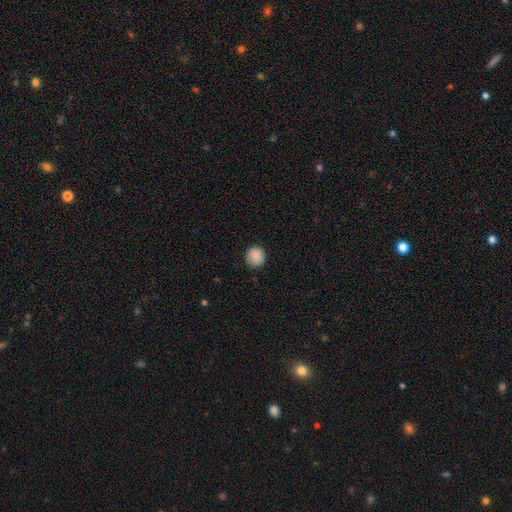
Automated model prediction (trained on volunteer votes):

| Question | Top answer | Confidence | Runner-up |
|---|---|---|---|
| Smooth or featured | smooth | 88% | star or artifact (8%) |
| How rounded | round | 93% | in between (6%) |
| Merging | none | 88% | minor disturbance (9%) |